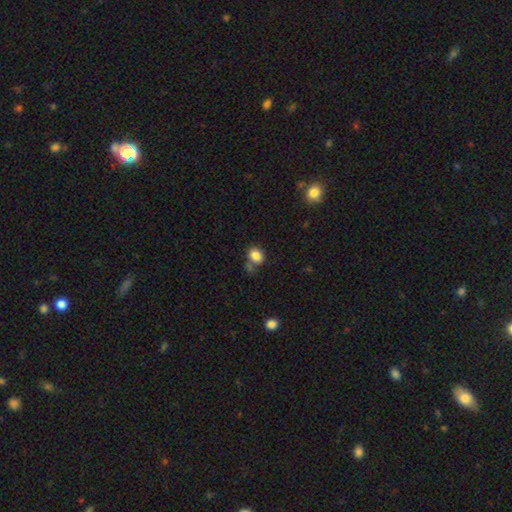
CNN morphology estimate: Smooth or featured?
  - smooth: 85% *
  - star or artifact: 10%
  - featured or disk: 6%
How rounded?
  - in between: 60% *
  - round: 39%
  - cigar-shaped: 1%
Merging?
  - none: 58% *
  - minor disturbance: 18%
  - merger: 17%
  - major disturbance: 7%